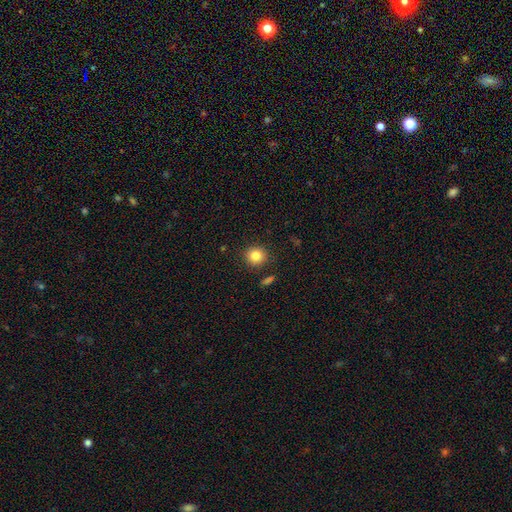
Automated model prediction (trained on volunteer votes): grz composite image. It shows a smooth galaxy with no disk features (84%) that is round (90%). Merging: none (88%).